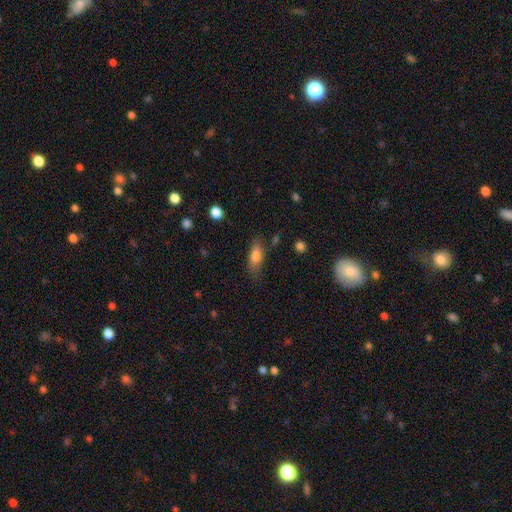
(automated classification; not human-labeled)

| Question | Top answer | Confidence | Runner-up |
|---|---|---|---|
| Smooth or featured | smooth | 77% | featured or disk (15%) |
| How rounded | in between | 69% | cigar-shaped (28%) |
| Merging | none | 72% | minor disturbance (19%) |